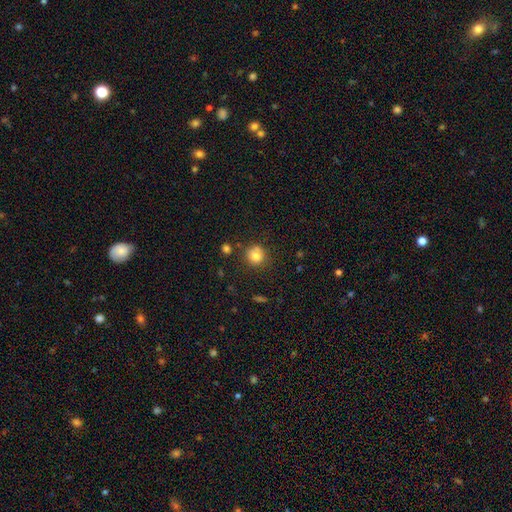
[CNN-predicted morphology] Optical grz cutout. It shows a smooth galaxy with no disk features (79%) that is round (89%). Merging: none (72%).